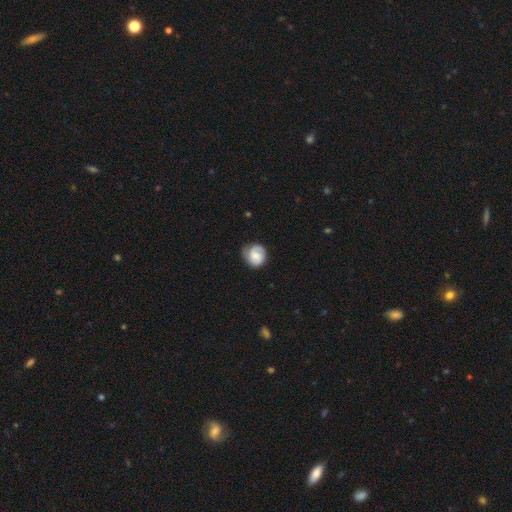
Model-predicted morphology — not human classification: Smooth or featured?
  - smooth: 47% *
  - featured or disk: 45%
  - star or artifact: 7%
Merging?
  - none: 65% *
  - minor disturbance: 25%
  - major disturbance: 9%
  - merger: 1%